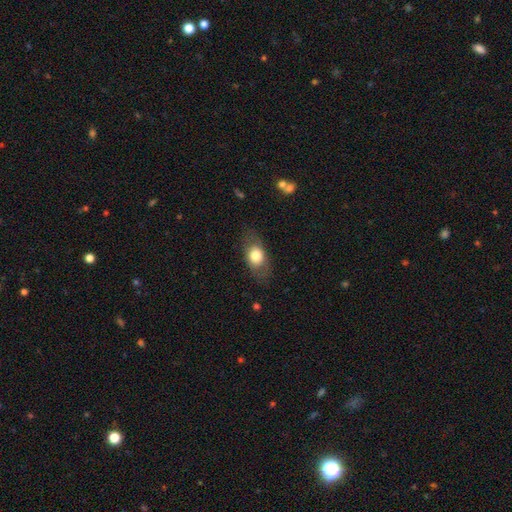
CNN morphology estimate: type=smooth (72%); roundness=in between (74%); merging=none (76%).